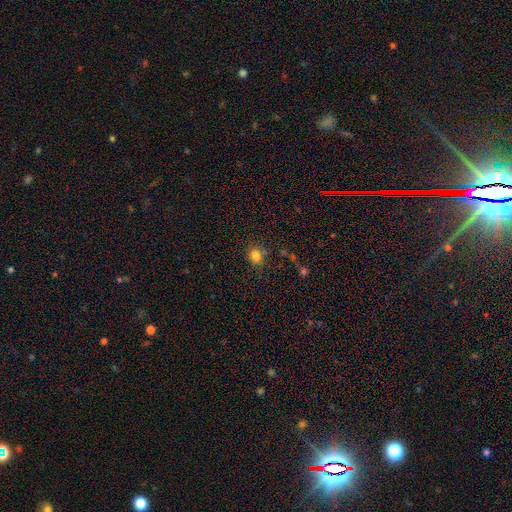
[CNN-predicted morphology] This appears to be a smooth galaxy with no disk features (81%) that is round (75%). Merging: none (78%).